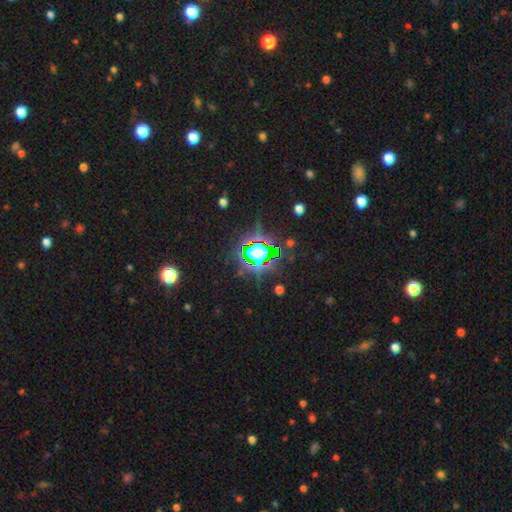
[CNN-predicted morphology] Overall: star or artifact (69%).